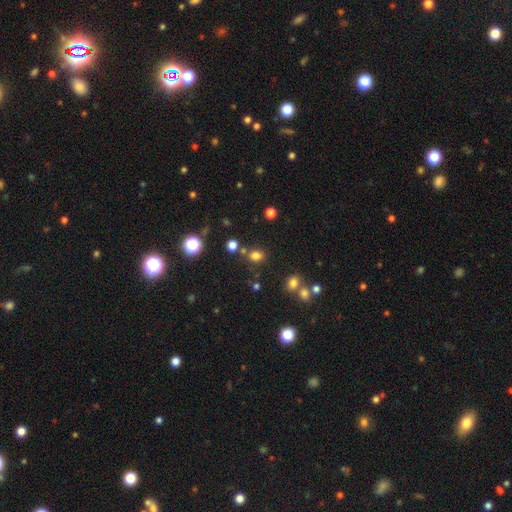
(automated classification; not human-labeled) Smooth or featured? Predicted: smooth (p=0.74). How rounded? Predicted: round (p=0.57). Merging? Predicted: none (p=0.72).